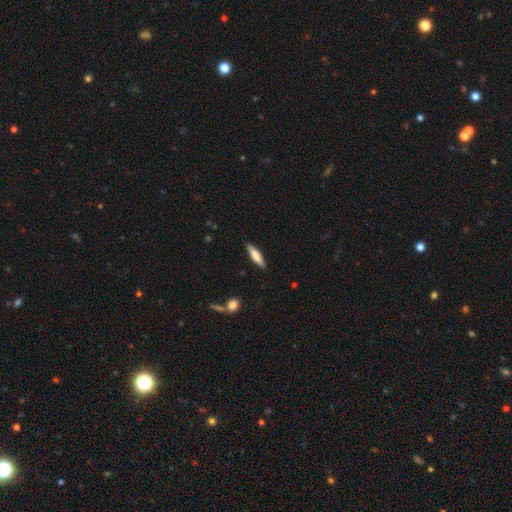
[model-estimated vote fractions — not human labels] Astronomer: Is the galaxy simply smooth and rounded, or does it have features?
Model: smooth — 68%.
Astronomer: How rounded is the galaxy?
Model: cigar-shaped — 73%.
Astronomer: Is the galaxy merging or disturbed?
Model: none — 88%.